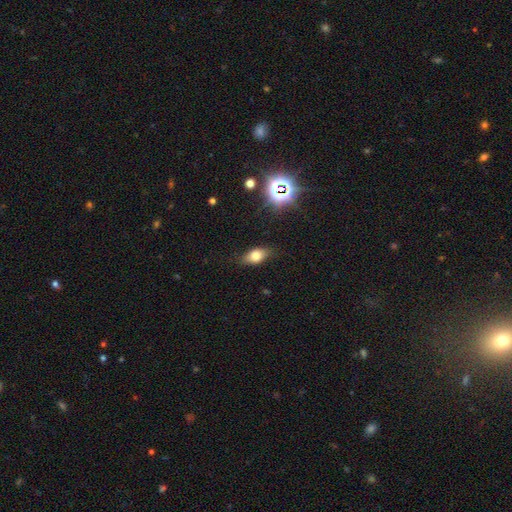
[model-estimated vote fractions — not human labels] smooth 70%, featured or disk 17%, star or artifact 13%. Down the decision tree: how rounded — in between (82%); merging — none (80%).